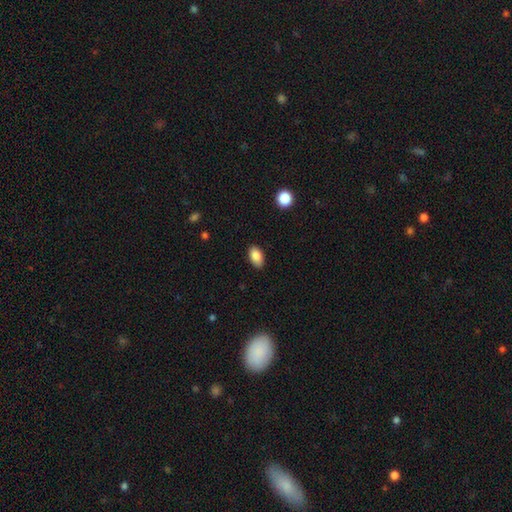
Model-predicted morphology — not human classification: Smooth or featured: smooth — 86% (star or artifact — 8%)
How rounded: in between — 92% (round — 7%)
Merging: none — 87% (minor disturbance — 10%)